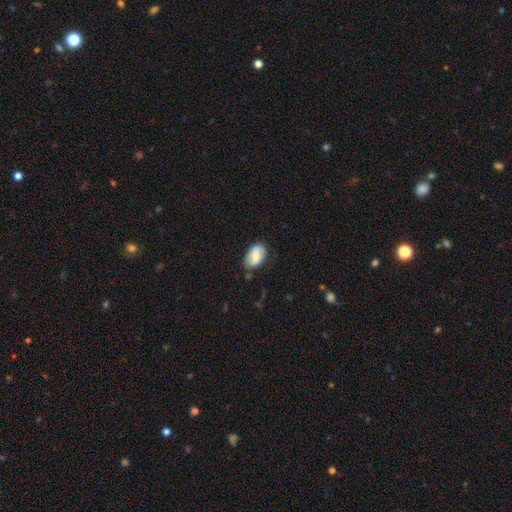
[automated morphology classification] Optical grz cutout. It shows a smooth galaxy with no disk features (64%) that is in between round and cigar-shaped (90%). Merging: none (72%).